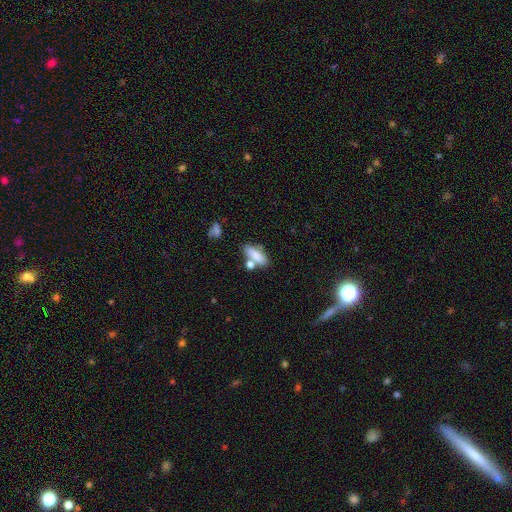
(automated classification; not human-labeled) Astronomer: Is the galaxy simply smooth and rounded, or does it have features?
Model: smooth — 79%.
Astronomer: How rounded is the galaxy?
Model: in between — 68%.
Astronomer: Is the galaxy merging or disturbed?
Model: none — 60%.